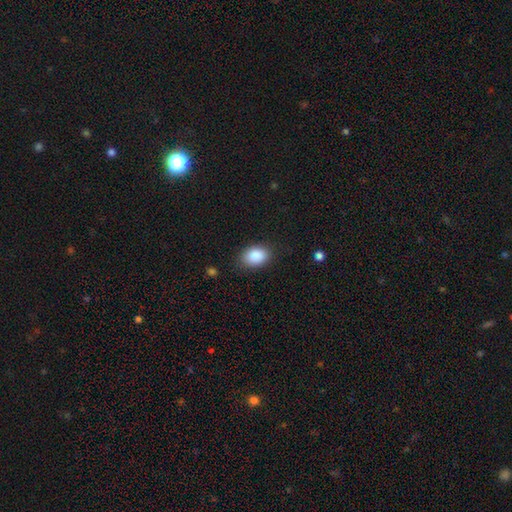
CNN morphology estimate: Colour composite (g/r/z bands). It shows a smooth galaxy with no disk features (89%) that is in between round and cigar-shaped (84%). Merging: none (82%).